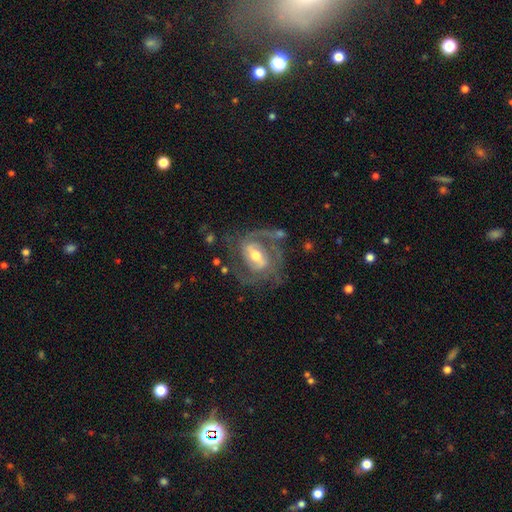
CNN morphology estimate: smooth_or_featured: featured or disk (p=0.84) [alt: smooth p=0.08]
disk_edge_on: no (p=0.97) [alt: yes p=0.03]
bar: weak (p=0.44) [alt: strong p=0.32]
has_spiral_arms: yes (p=0.93) [alt: no p=0.07]
spiral_winding: medium (p=0.47) [alt: tight p=0.39]
spiral_arm_count: 2 (p=0.69) [alt: can't tell p=0.13]
bulge_size: moderate (p=0.58) [alt: small p=0.33]
merging: none (p=0.66) [alt: minor disturbance p=0.16]